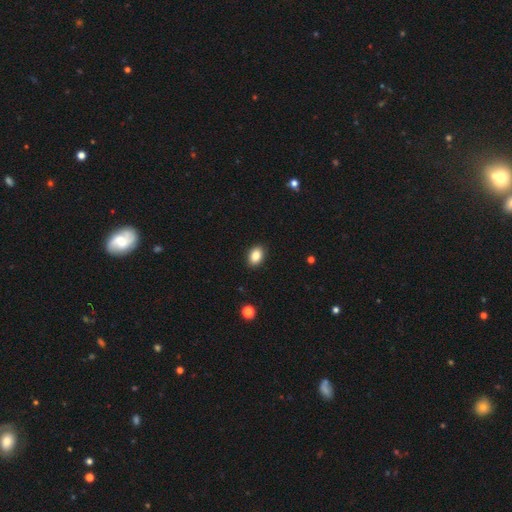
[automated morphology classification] smooth-or-featured: smooth: 87% | star or artifact: 8% | featured or disk: 5%
  how-rounded: in between: 82% | round: 17% | cigar-shaped: 1%
  merging: none: 90% | minor disturbance: 8% | major disturbance: 2% | merger: 1%